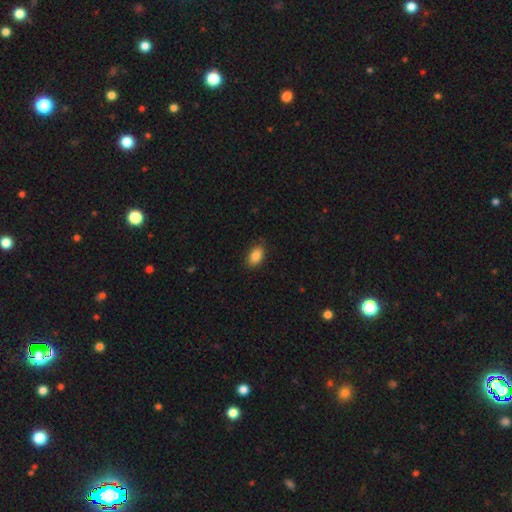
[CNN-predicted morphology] Smooth or featured? smooth (86%)
How rounded? in between (92%)
Merging? none (83%)